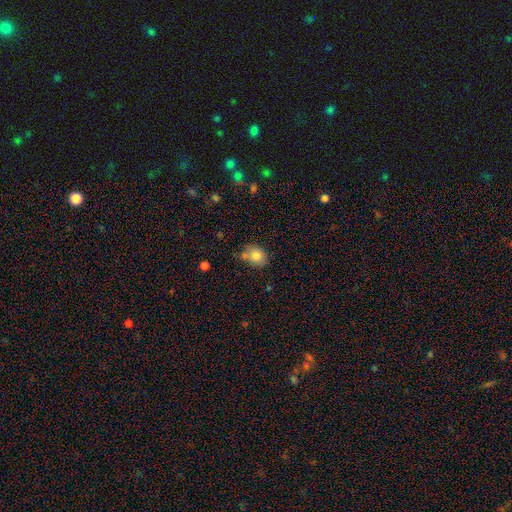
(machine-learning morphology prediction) smooth-or-featured: smooth: 81% | featured or disk: 10% | star or artifact: 9%
  how-rounded: round: 51% | in between: 48% | cigar-shaped: 1%
  merging: none: 62% | minor disturbance: 21% | merger: 13% | major disturbance: 4%